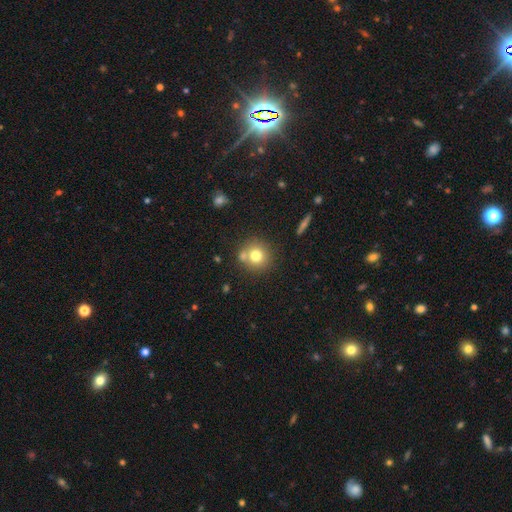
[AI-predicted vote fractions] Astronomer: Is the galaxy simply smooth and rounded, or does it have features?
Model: smooth — 74%.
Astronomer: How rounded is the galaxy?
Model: round — 90%.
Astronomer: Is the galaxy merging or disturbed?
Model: none — 64%.